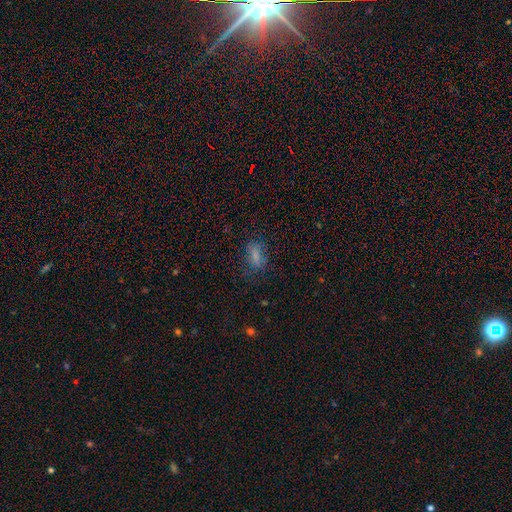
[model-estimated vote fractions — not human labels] This is likely a smooth galaxy (71%). How rounded: likely in between (80%). Merging: likely none (67%).